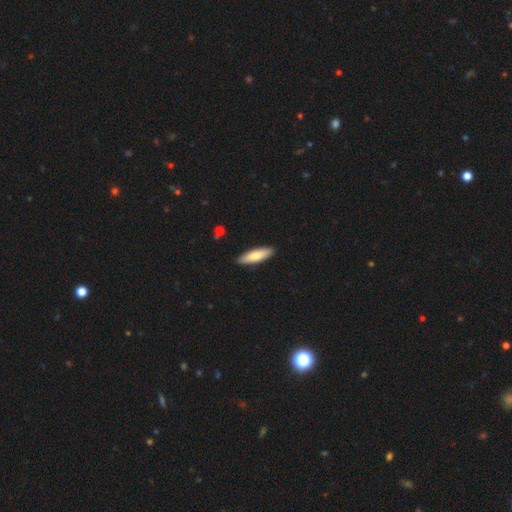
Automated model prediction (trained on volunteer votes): The model was most divided on "how rounded": cigar-shaped: 56%, in between: 42%, round: 2%. More confident: merging — none (90%); smooth or featured — smooth (78%).